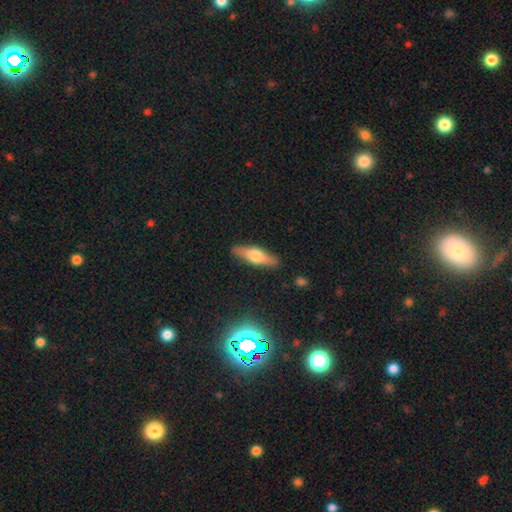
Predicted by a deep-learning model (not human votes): The model was most divided on "smooth or featured" (2-way tie): featured or disk: 47%, smooth: 47%, star or artifact: 6%. More confident: merging — none (88%).